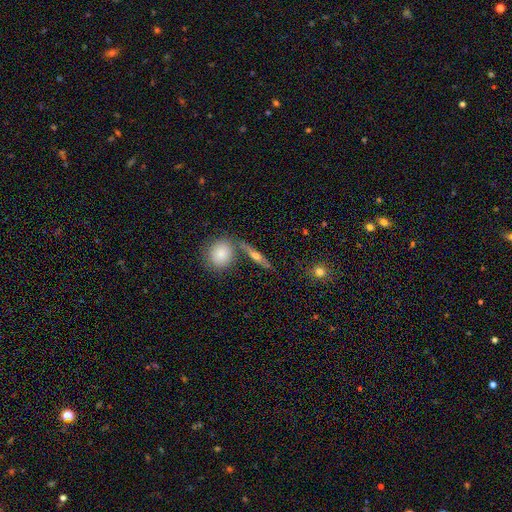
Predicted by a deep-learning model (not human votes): Smooth or featured? featured or disk (56%)
Edge-on disk? yes (90%)
Edge-on bulge? rounded (91%)
Merging? none (73%)